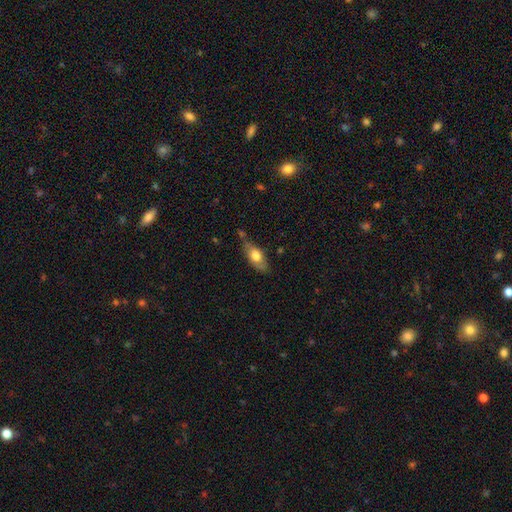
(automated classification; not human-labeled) Smooth or featured? smooth (66%)
How rounded? in between (80%)
Merging? none (65%)